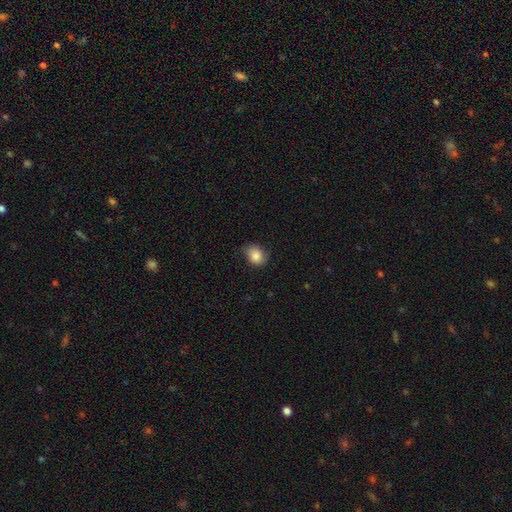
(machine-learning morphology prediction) smooth 84%, star or artifact 8%, featured or disk 8%. Down the decision tree: how rounded — in between (52%); merging — none (65%).